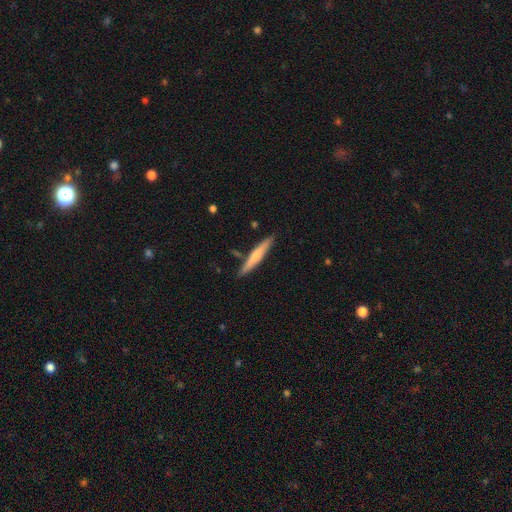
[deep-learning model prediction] The model was most divided on "smooth or featured": smooth: 61%, featured or disk: 34%, star or artifact: 5%. More confident: how rounded — cigar-shaped (94%); merging — none (85%).